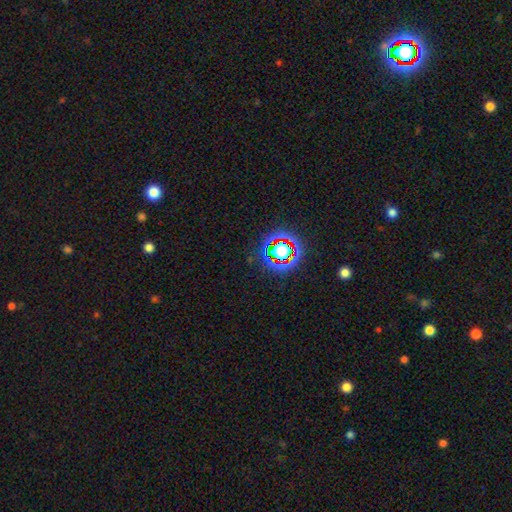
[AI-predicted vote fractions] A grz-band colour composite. It shows a star or artifact, not a galaxy (78%).